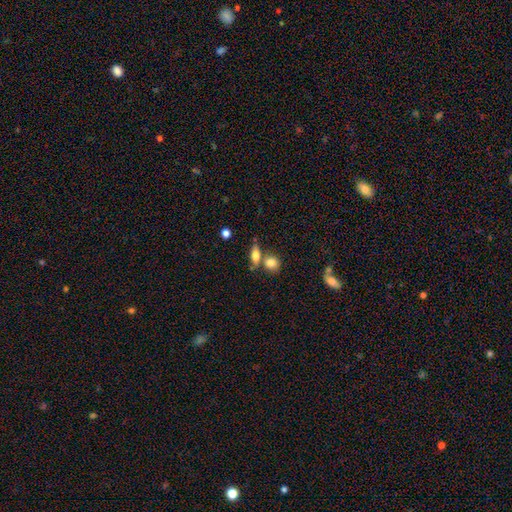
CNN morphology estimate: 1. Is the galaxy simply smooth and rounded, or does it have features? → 67% smooth, 24% featured or disk, 9% star or artifact.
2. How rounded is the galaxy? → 59% in between, 28% cigar-shaped, 13% round.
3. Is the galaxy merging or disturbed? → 59% none, 24% merger, 12% minor disturbance, 5% major disturbance.